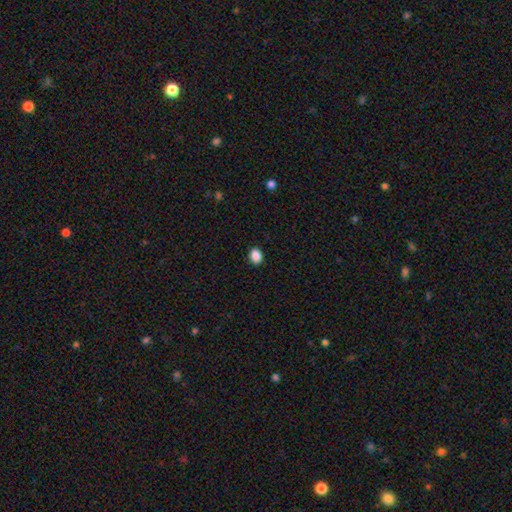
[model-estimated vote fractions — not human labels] Q: Smooth or featured?
A: smooth (88%); runner-up: star or artifact (9%)
Q: How rounded?
A: in between (59%); runner-up: round (40%)
Q: Merging?
A: none (90%); runner-up: minor disturbance (7%)